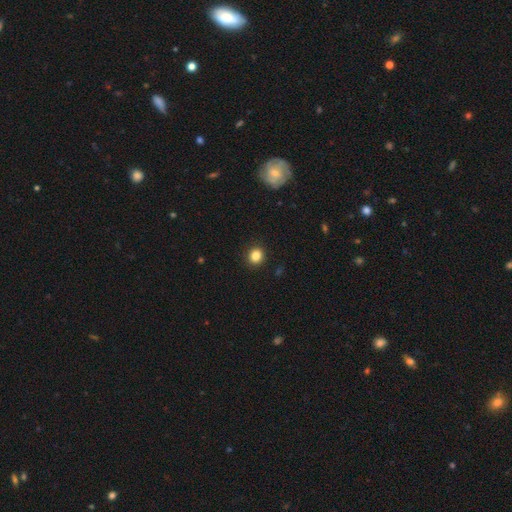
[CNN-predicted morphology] Smooth or featured? Predicted: smooth (p=0.85). How rounded? Predicted: round (p=0.80). Merging? Predicted: none (p=0.91).